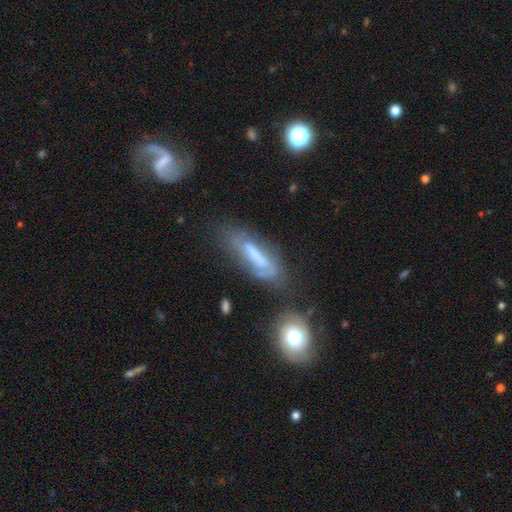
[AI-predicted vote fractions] Smooth or featured? featured or disk (55%)
Edge-on disk? no (69%)
Merging? none (51%)